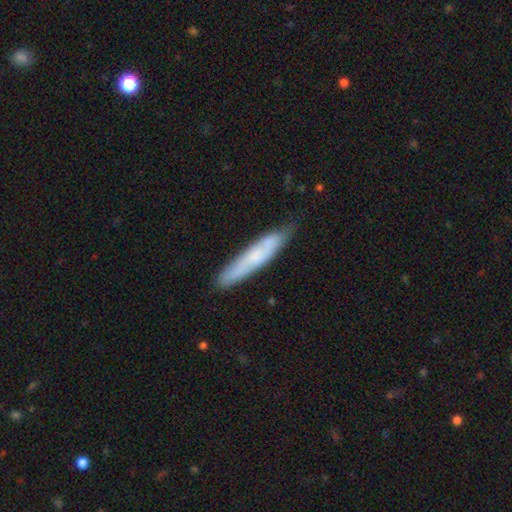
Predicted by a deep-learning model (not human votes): Smooth or featured? Predicted: smooth (p=0.62). How rounded? Predicted: cigar-shaped (p=0.89). Merging? Predicted: none (p=0.74).